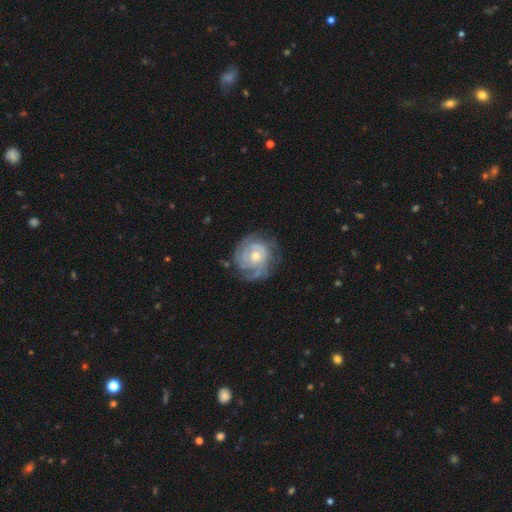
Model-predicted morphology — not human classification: smooth_or_featured: featured or disk (p=0.82) [alt: smooth p=0.13]
disk_edge_on: no (p=0.98) [alt: yes p=0.02]
bar: no (p=0.76) [alt: weak p=0.21]
has_spiral_arms: yes (p=0.93) [alt: no p=0.07]
spiral_winding: tight (p=0.73) [alt: medium p=0.22]
spiral_arm_count: can't tell (p=0.40) [alt: 3 p=0.21]
bulge_size: moderate (p=0.60) [alt: small p=0.33]
merging: none (p=0.69) [alt: minor disturbance p=0.20]